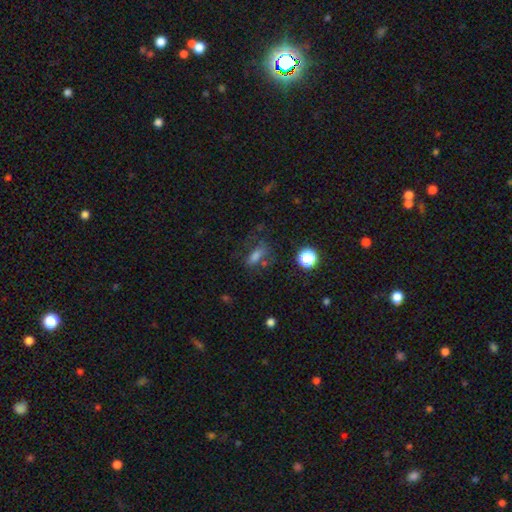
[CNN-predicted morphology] Overall: smooth (62%). How rounded: in between (66%). Merging: none (55%; minor disturbance 21%).